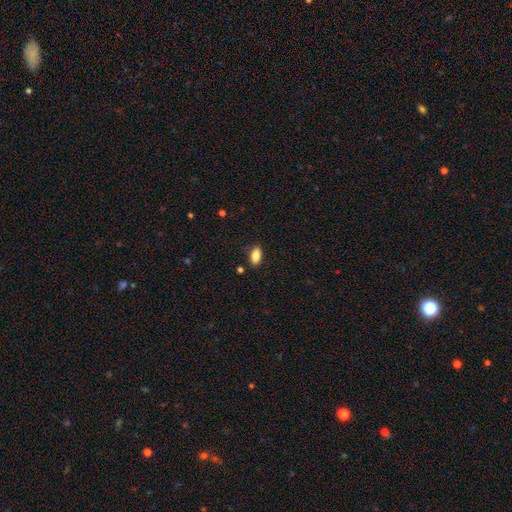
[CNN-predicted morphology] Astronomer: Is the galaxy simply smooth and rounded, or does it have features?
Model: smooth — 85%.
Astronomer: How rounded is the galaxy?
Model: in between — 90%.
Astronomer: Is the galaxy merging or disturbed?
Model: none — 86%.